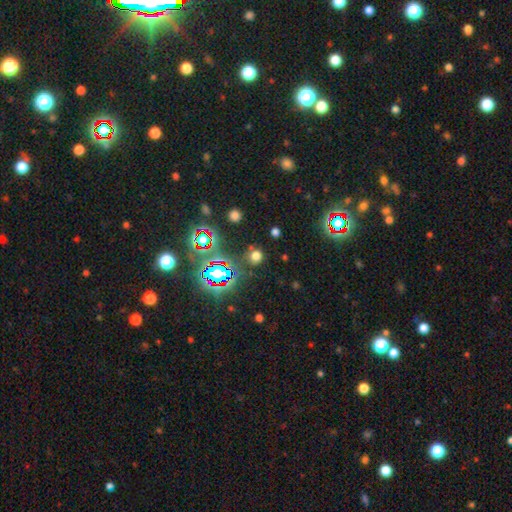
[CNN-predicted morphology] A smooth galaxy with no disk features (58%) that is round (89%). Merging: none (83%).